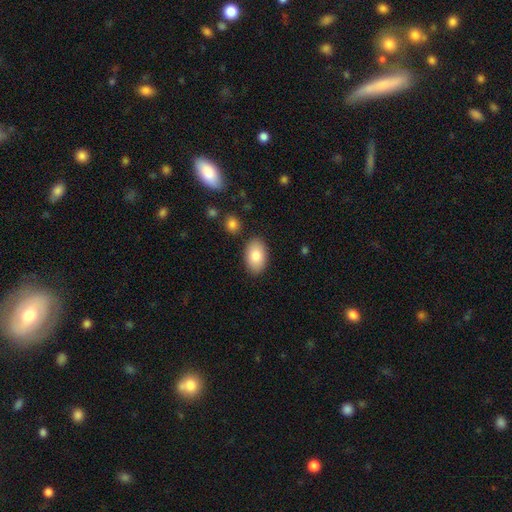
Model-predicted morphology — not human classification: This appears to be a smooth galaxy with no disk features (83%) that is in between round and cigar-shaped (92%). Merging: none (86%).